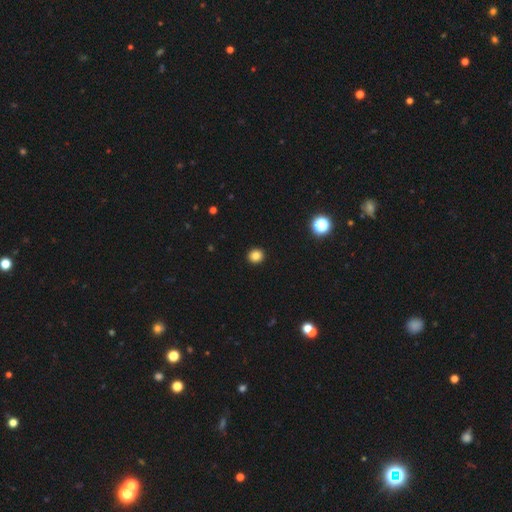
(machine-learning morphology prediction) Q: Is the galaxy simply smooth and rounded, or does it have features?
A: smooth — 83%.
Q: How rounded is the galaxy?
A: round — 88%.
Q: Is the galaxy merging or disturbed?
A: none — 93%.